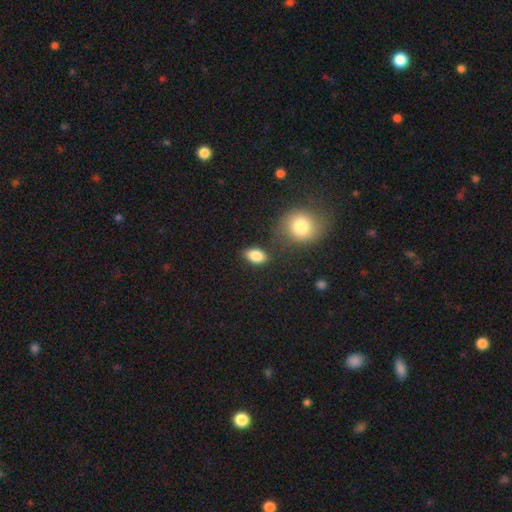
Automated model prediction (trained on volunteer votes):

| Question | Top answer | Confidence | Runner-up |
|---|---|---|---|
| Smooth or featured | smooth | 86% | star or artifact (9%) |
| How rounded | in between | 86% | round (12%) |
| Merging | none | 76% | minor disturbance (14%) |